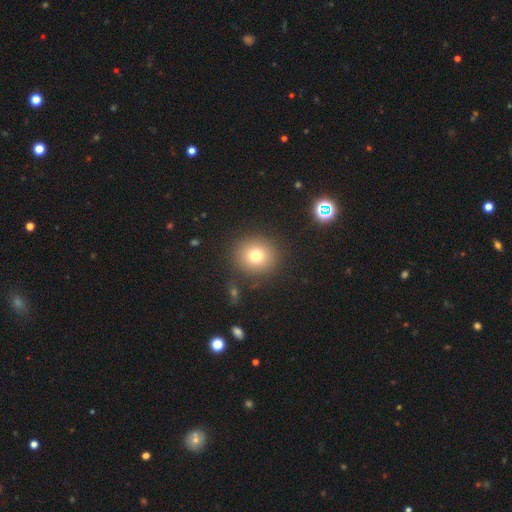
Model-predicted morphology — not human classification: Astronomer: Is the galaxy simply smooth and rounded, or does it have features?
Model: smooth — 75%.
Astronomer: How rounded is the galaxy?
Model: round — 89%.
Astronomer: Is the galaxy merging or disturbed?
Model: none — 88%.